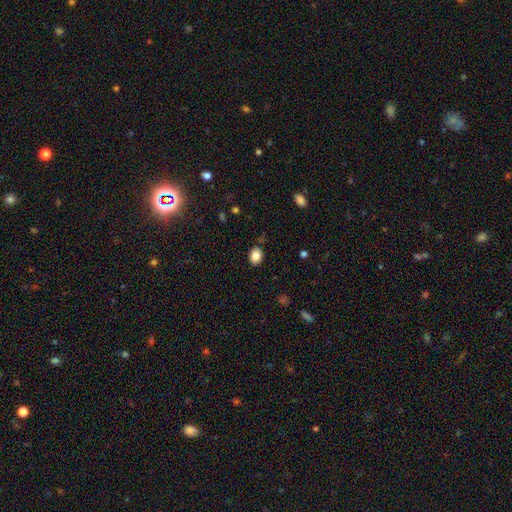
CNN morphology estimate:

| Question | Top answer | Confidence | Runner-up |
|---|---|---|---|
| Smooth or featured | smooth | 85% | star or artifact (9%) |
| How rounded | in between | 65% | round (34%) |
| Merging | none | 85% | minor disturbance (11%) |